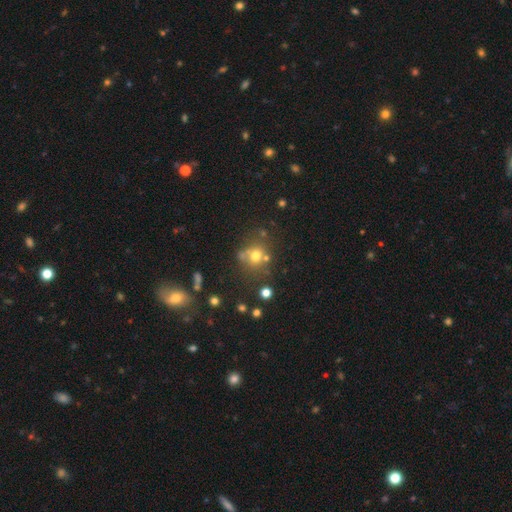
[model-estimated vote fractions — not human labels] smooth 65%, star or artifact 21%, featured or disk 14%. Down the decision tree: how rounded — round (83%); merging — none (60%).